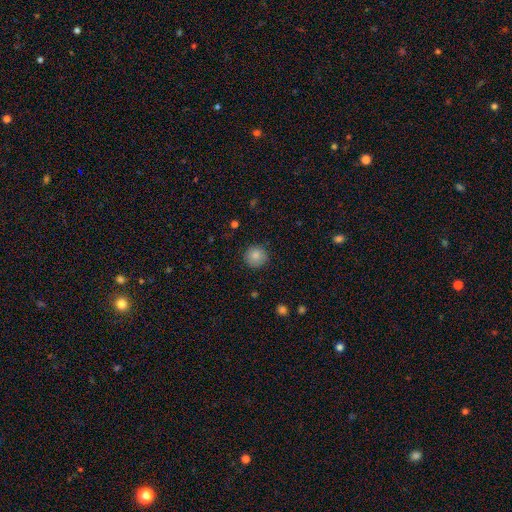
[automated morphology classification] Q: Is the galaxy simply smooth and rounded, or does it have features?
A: smooth — 86%.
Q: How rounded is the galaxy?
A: round — 93%.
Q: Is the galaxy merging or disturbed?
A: none — 87%.